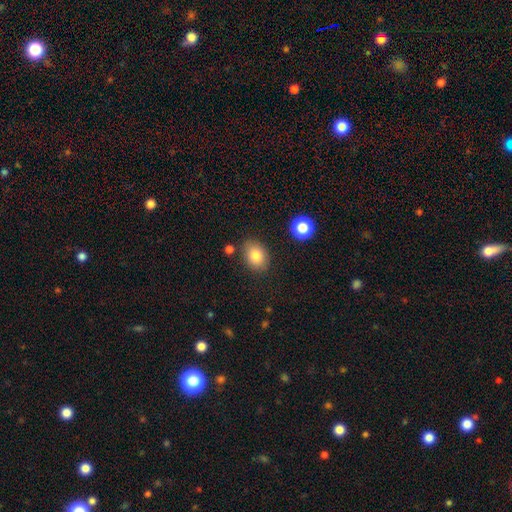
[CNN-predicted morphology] Overall: smooth (83%). How rounded: in between (67%; round 32%). Merging: none (81%).